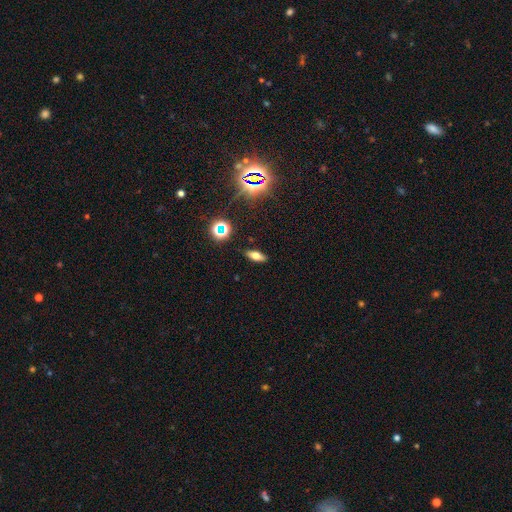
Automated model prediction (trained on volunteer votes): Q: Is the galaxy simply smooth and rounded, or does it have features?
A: smooth — 56%.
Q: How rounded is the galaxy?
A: in between — 66%.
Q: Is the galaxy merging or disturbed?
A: none — 88%.